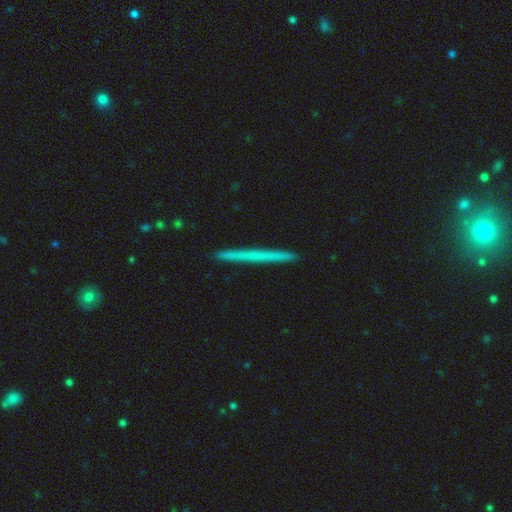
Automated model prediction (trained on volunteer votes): Q: Smooth or featured?
A: smooth (49%); runner-up: featured or disk (44%)
Q: Merging?
A: none (92%); runner-up: minor disturbance (6%)